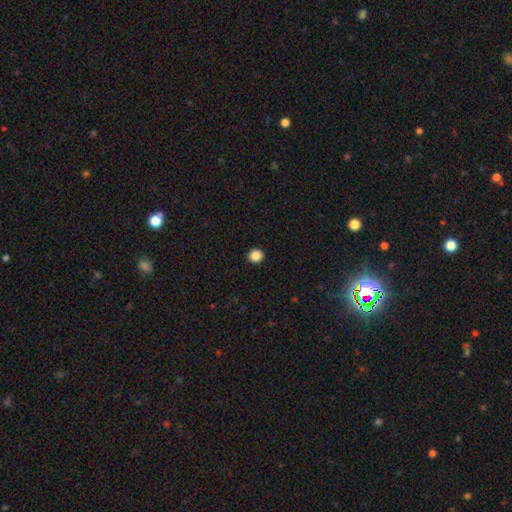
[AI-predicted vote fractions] Q: Smooth or featured?
A: smooth (87%); runner-up: star or artifact (10%)
Q: How rounded?
A: round (89%); runner-up: in between (10%)
Q: Merging?
A: none (94%); runner-up: minor disturbance (4%)